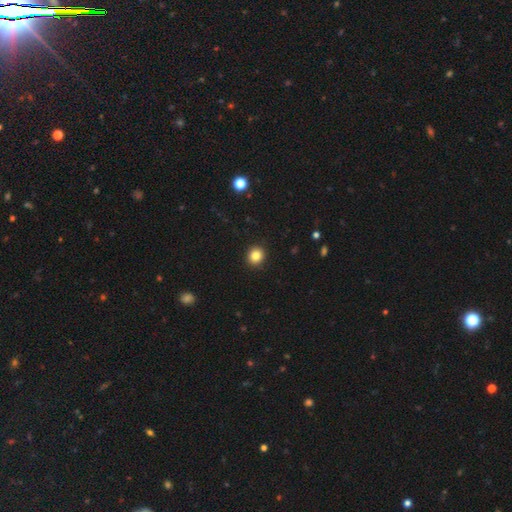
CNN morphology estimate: Smooth or featured? smooth (84%)
How rounded? round (89%)
Merging? none (92%)